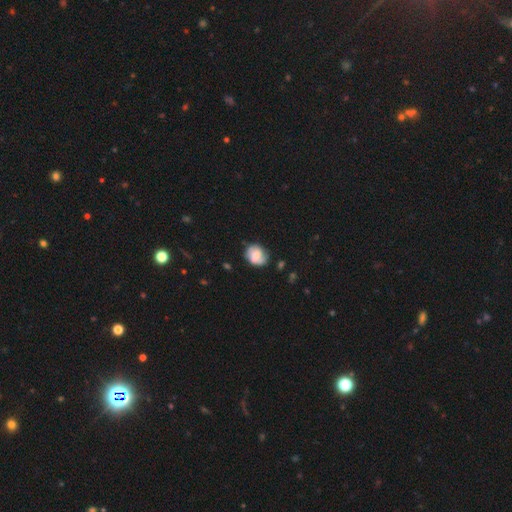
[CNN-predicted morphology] This appears to be a smooth galaxy with no disk features (53%) that is round (66%). Merging: none (60%).